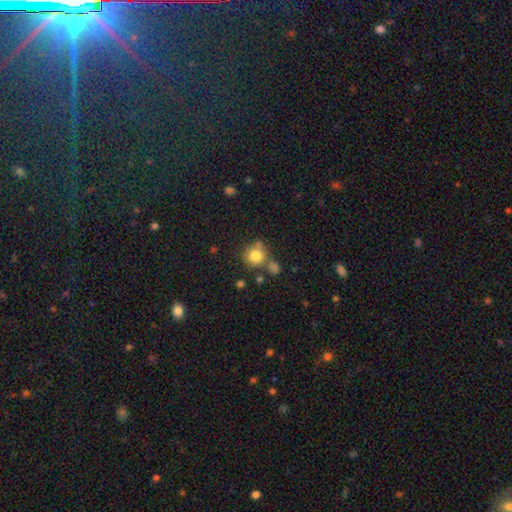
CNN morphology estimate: smooth-or-featured: smooth: 79% | star or artifact: 12% | featured or disk: 9%
  how-rounded: round: 88% | in between: 11% | cigar-shaped: 1%
  merging: none: 61% | merger: 20% | minor disturbance: 13% | major disturbance: 5%